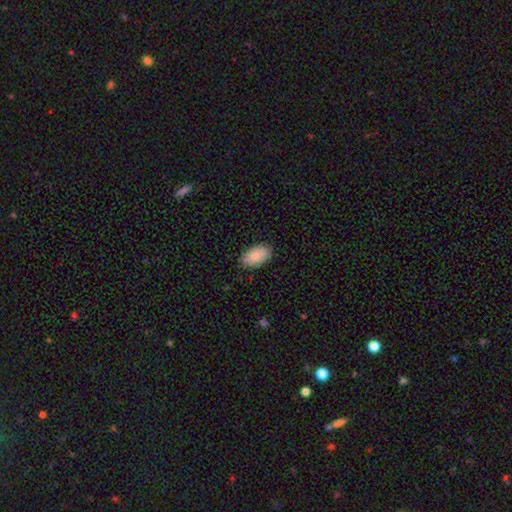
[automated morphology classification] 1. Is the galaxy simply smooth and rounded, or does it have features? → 89% smooth, 6% star or artifact, 5% featured or disk.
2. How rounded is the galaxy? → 95% in between, 3% round, 2% cigar-shaped.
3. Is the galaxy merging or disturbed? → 86% none, 11% minor disturbance, 2% major disturbance, 1% merger.